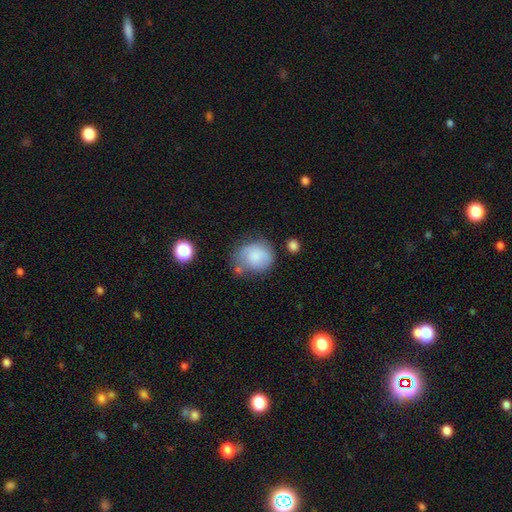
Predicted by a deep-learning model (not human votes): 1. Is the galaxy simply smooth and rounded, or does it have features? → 76% smooth, 16% featured or disk, 8% star or artifact.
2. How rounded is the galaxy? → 69% round, 30% in between, 1% cigar-shaped.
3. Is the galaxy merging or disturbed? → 50% none, 29% minor disturbance, 13% major disturbance, 9% merger.